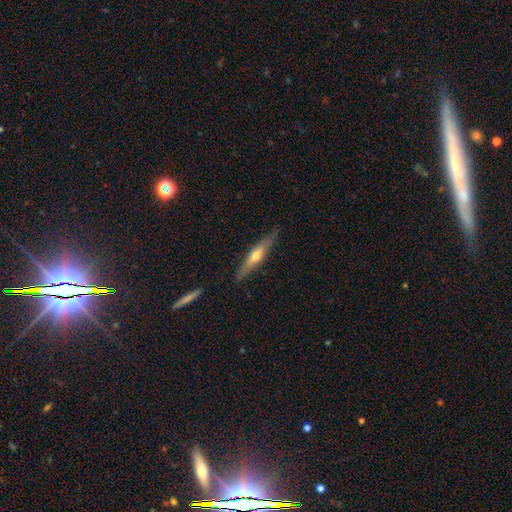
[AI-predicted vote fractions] Overall: featured or disk (60%; smooth 35%). Edge-on disk: yes (93%). Edge-on bulge: rounded (85%). Merging: none (86%).